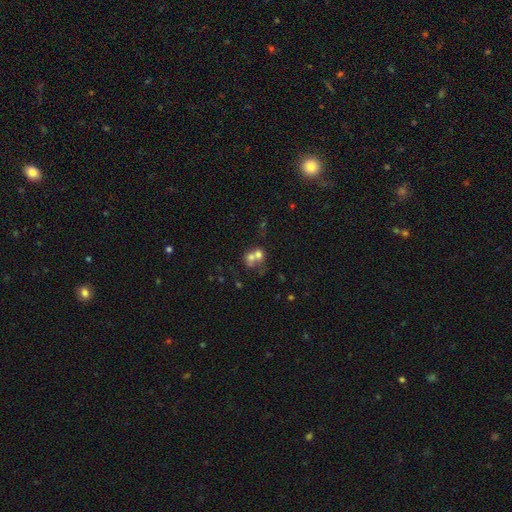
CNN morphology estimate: Smooth or featured? smooth (60%)
How rounded? round (70%)
Merging? merger (66%)